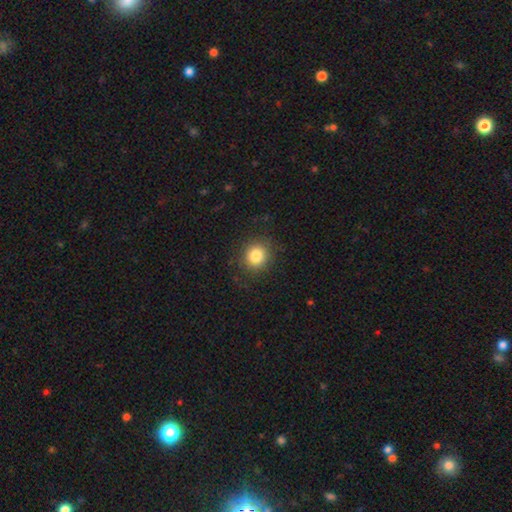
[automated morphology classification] Smooth or featured: smooth — 83% (star or artifact — 11%)
How rounded: round — 87% (in between — 12%)
Merging: none — 88% (minor disturbance — 8%)